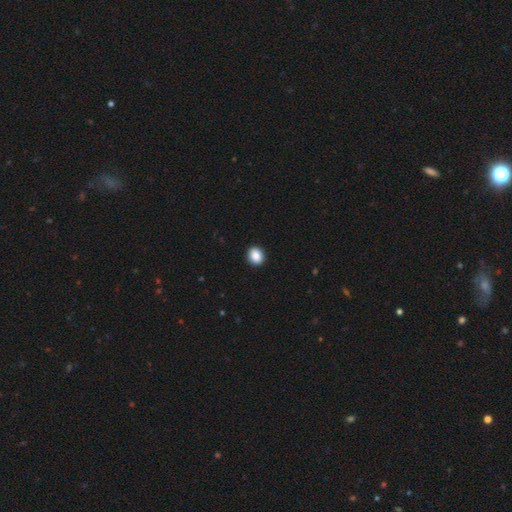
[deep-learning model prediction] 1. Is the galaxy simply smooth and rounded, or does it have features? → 88% smooth, 8% star or artifact, 3% featured or disk.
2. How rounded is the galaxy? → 67% round, 32% in between, 1% cigar-shaped.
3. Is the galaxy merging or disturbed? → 92% none, 5% minor disturbance, 1% major disturbance, 1% merger.